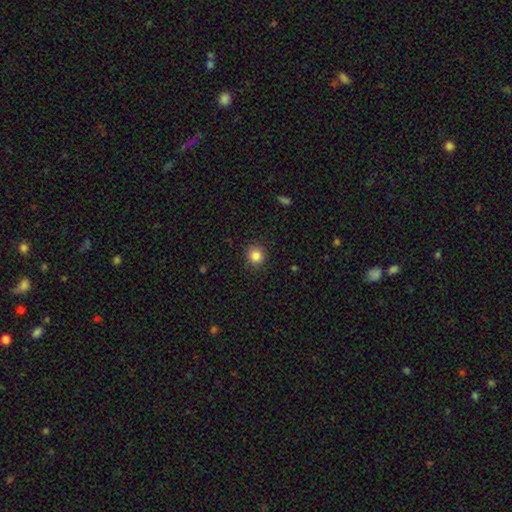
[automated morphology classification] A smooth galaxy with no disk features (86%) that is round (89%).

Vote fractions:
- Smooth or featured? smooth: 86% / star or artifact: 11% / featured or disk: 4%
- How rounded? round: 89% / in between: 10% / cigar-shaped: 1%
- Merging? none: 88% / minor disturbance: 8% / major disturbance: 3% / merger: 1%